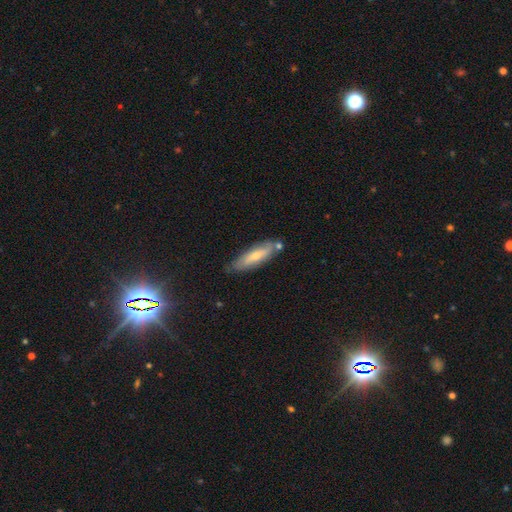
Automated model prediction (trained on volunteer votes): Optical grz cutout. It shows a smooth galaxy with no disk features (56%) that is cigar-shaped (60%). Merging: none (69%).